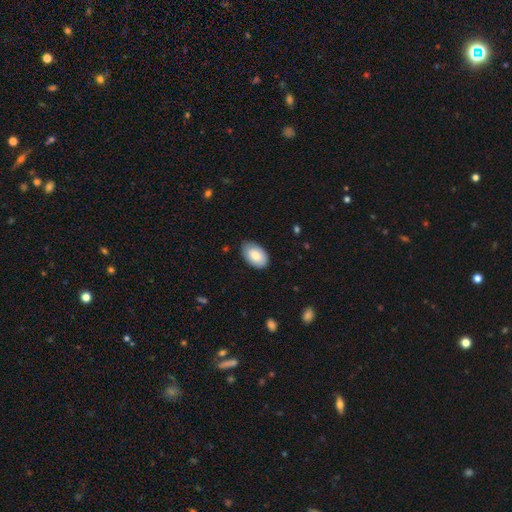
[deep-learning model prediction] Smooth or featured? smooth (84%)
How rounded? in between (92%)
Merging? none (79%)